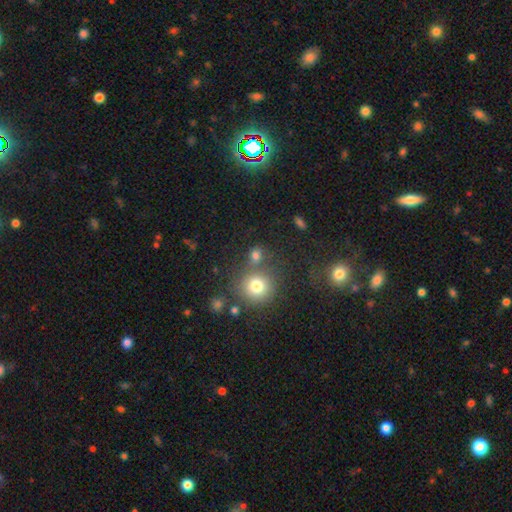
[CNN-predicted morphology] smooth 74%, star or artifact 18%, featured or disk 7%. Down the decision tree: how rounded — round (78%); merging — none (62%).